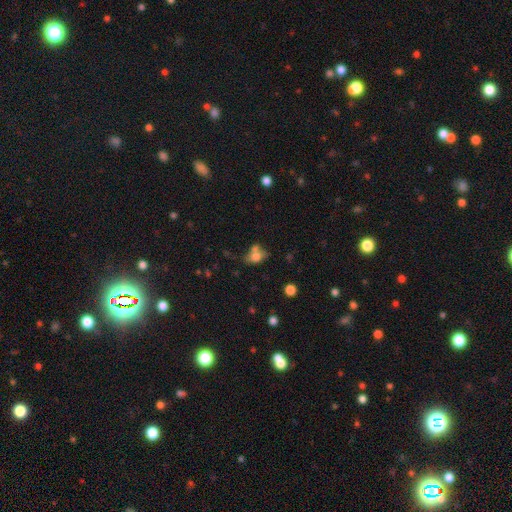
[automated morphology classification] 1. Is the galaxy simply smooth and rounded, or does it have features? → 67% smooth, 20% featured or disk, 13% star or artifact.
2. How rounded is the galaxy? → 66% in between, 31% round, 3% cigar-shaped.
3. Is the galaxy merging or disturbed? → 38% none, 36% merger, 17% minor disturbance, 10% major disturbance.